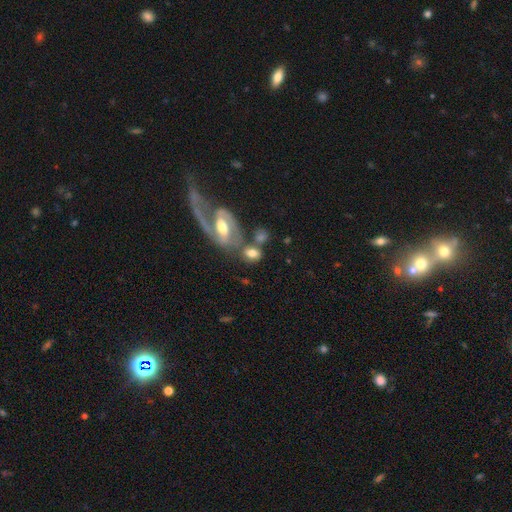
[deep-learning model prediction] Q: Smooth or featured?
A: featured or disk (74%); runner-up: smooth (15%)
Q: Edge-on disk?
A: no (92%); runner-up: yes (8%)
Q: Bar?
A: no (40%); runner-up: weak (39%)
Q: Spiral arms?
A: yes (81%); runner-up: no (19%)
Q: Spiral winding?
A: loose (45%); runner-up: medium (37%)
Q: Spiral arm count?
A: 2 (44%); runner-up: 1 (41%)
Q: Bulge size?
A: moderate (61%); runner-up: small (26%)
Q: Merging?
A: merger (38%); runner-up: none (25%)